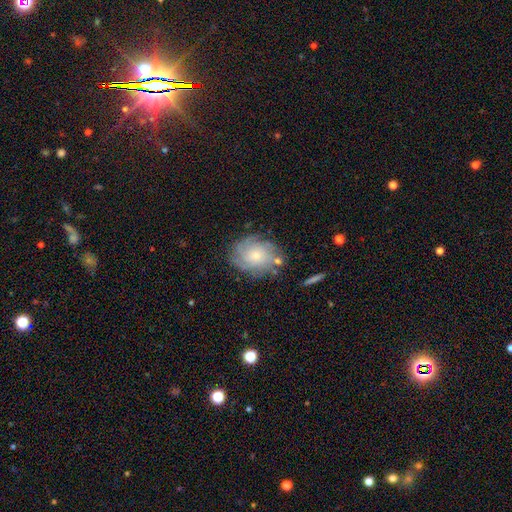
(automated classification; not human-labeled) Smooth or featured?
  - featured or disk: 54% *
  - smooth: 37%
  - star or artifact: 9%
Edge-on disk?
  - no: 96% *
  - yes: 4%
Bar?
  - no: 82% *
  - weak: 16%
  - strong: 2%
Spiral arms?
  - yes: 83% *
  - no: 17%
Bulge size?
  - small: 62% *
  - moderate: 31%
  - large: 3%
  - none: 3%
  - dominant: 1%
Merging?
  - none: 71% *
  - minor disturbance: 18%
  - major disturbance: 6%
  - merger: 4%